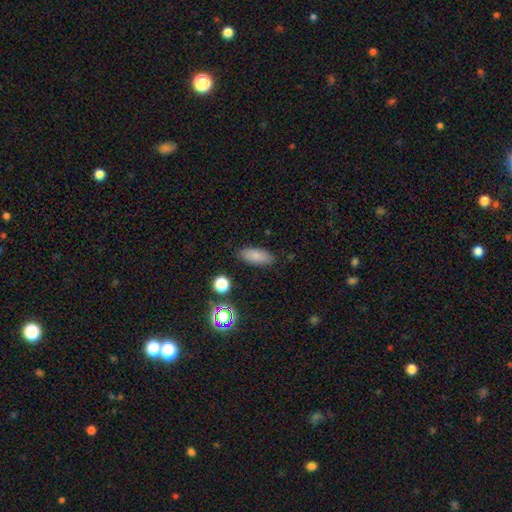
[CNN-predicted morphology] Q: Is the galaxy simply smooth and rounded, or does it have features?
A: smooth — 82%.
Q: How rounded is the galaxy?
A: in between — 82%.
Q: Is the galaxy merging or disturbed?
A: none — 85%.